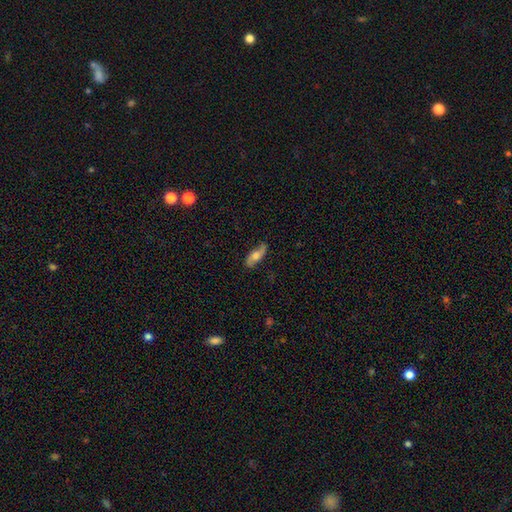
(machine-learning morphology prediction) Smooth or featured? Predicted: featured or disk (p=0.49). Merging? Predicted: none (p=0.79).